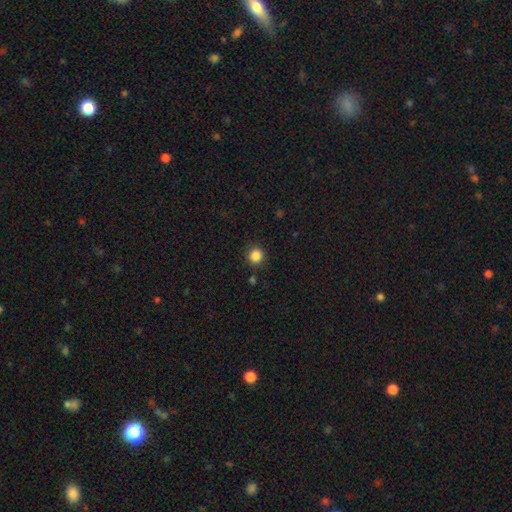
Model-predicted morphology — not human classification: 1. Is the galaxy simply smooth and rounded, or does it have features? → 86% smooth, 11% star or artifact, 3% featured or disk.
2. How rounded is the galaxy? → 91% round, 8% in between, 1% cigar-shaped.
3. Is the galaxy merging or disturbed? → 87% none, 8% minor disturbance, 3% major disturbance, 2% merger.